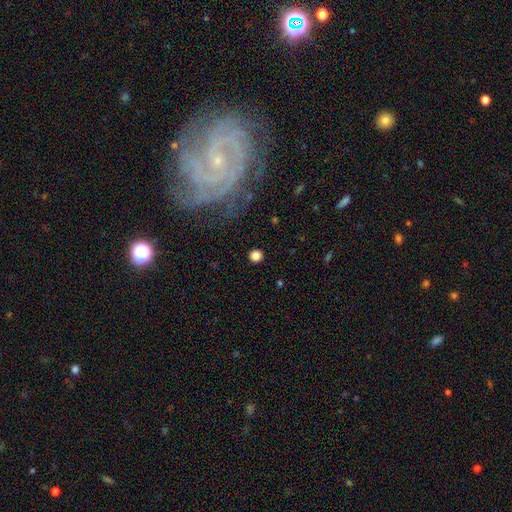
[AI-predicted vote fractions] smooth 83%, star or artifact 12%, featured or disk 5%. Down the decision tree: how rounded — round (93%); merging — none (91%).